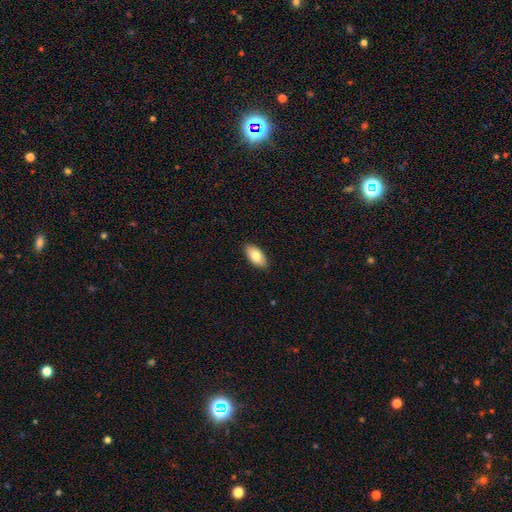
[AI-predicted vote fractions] Smooth or featured? smooth (81%)
How rounded? in between (93%)
Merging? none (89%)